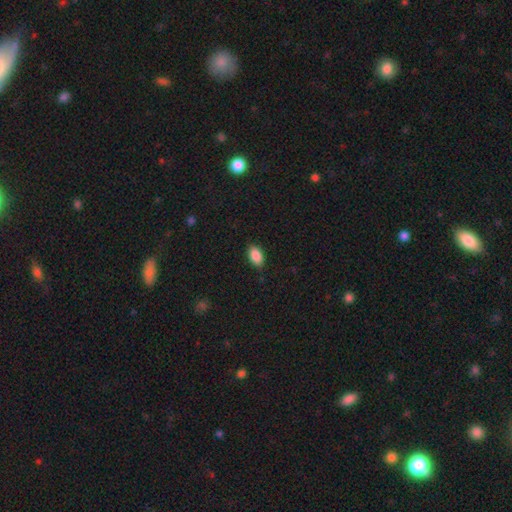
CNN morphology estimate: The model was most divided on "merging": none: 87%, minor disturbance: 10%, major disturbance: 2%, merger: 1%. More confident: how rounded — in between (93%); smooth or featured — smooth (89%).